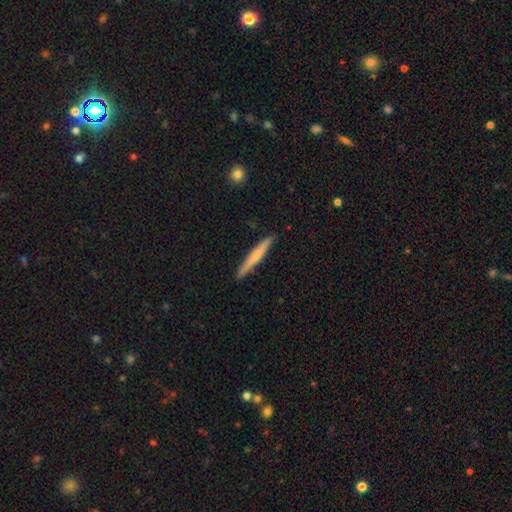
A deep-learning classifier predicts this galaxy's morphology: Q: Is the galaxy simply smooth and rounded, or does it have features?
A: smooth — 59%.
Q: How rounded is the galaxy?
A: cigar-shaped — 96%.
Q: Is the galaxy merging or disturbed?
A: none — 91%.